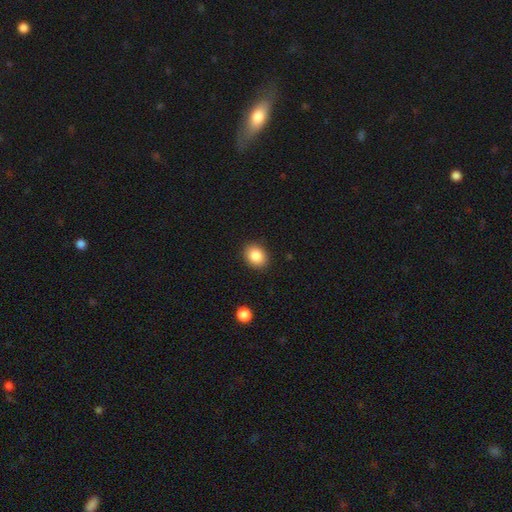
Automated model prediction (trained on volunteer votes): Smooth or featured?
  - smooth: 87% *
  - star or artifact: 8%
  - featured or disk: 5%
How rounded?
  - in between: 56% *
  - round: 43%
  - cigar-shaped: 1%
Merging?
  - none: 89% *
  - minor disturbance: 8%
  - major disturbance: 2%
  - merger: 1%